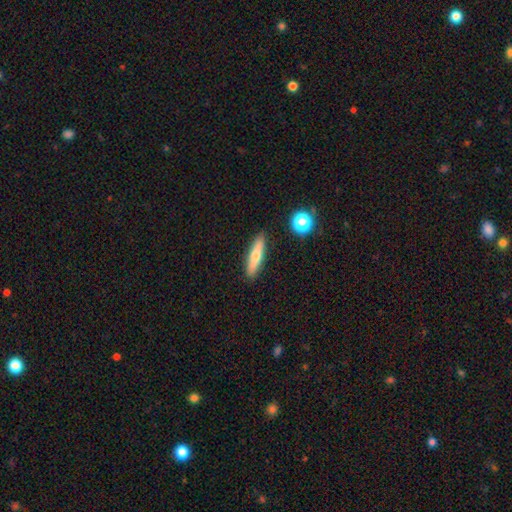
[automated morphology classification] Smooth or featured: smooth — 60% (featured or disk — 33%)
How rounded: cigar-shaped — 79% (in between — 19%)
Merging: none — 89% (minor disturbance — 7%)